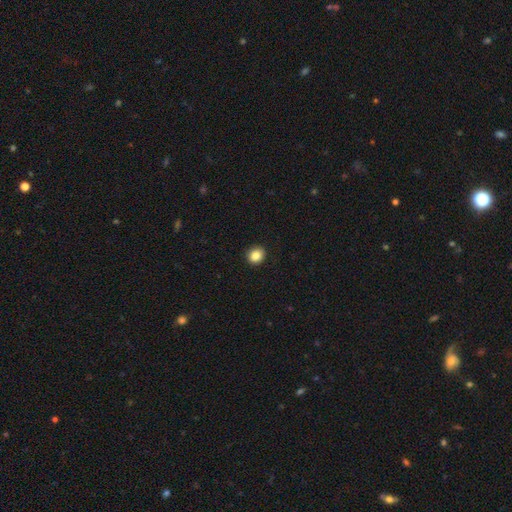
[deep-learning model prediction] Smooth or featured?
  - smooth: 86% *
  - star or artifact: 9%
  - featured or disk: 4%
How rounded?
  - round: 75% *
  - in between: 24%
  - cigar-shaped: 1%
Merging?
  - none: 92% *
  - minor disturbance: 6%
  - major disturbance: 2%
  - merger: 1%